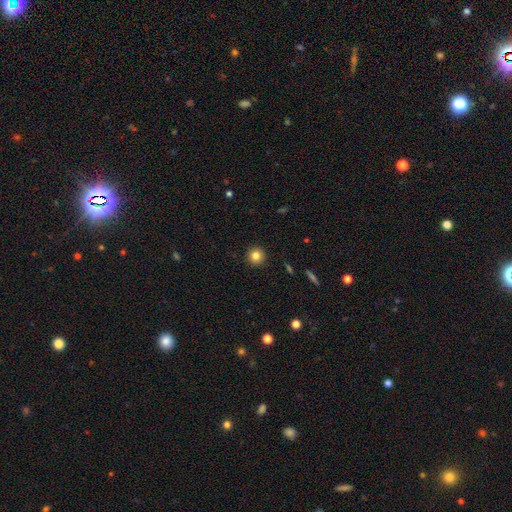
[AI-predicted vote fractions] Smooth or featured? Predicted: smooth (p=0.82). How rounded? Predicted: round (p=0.95). Merging? Predicted: none (p=0.93).